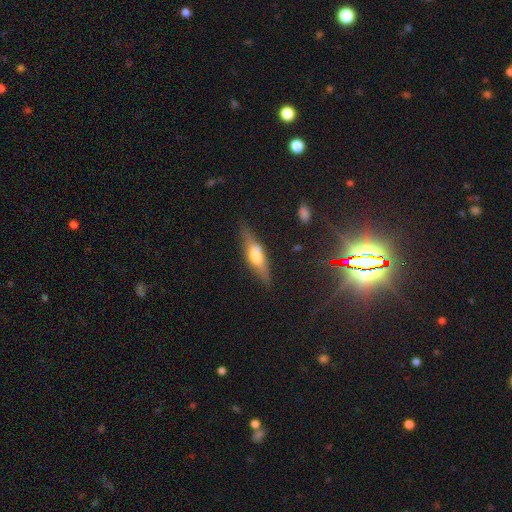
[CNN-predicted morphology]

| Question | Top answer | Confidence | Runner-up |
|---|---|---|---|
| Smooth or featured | featured or disk | 56% | smooth (37%) |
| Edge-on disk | yes | 89% | no (11%) |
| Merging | none | 76% | minor disturbance (17%) |